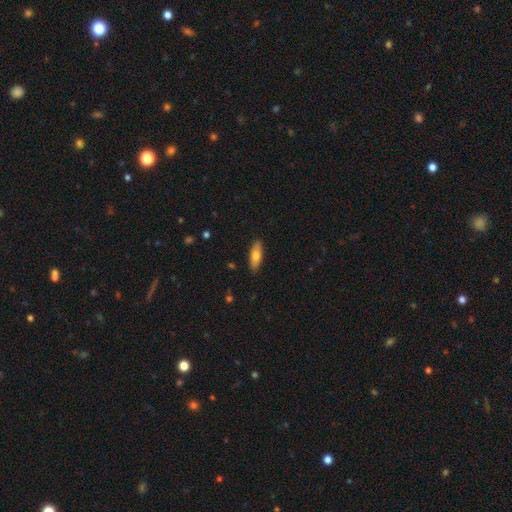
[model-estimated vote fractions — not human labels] Morphology: type=smooth (73%); roundness=in between (58%); merging=none (88%).